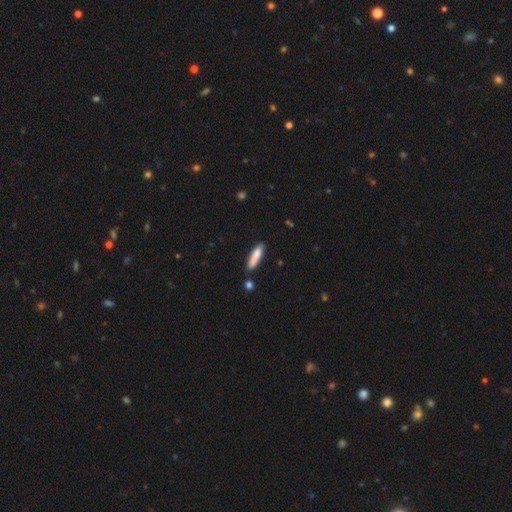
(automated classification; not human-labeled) This appears to be a smooth galaxy with no disk features (83%) that is cigar-shaped (72%). Merging: none (78%).